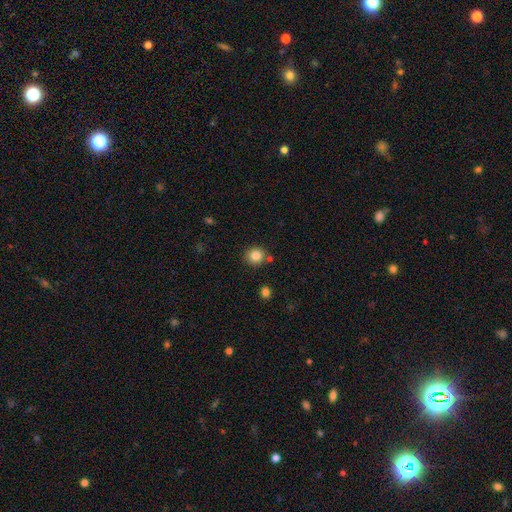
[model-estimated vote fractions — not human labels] Q: Smooth or featured?
A: smooth (83%); runner-up: star or artifact (11%)
Q: How rounded?
A: round (88%); runner-up: in between (11%)
Q: Merging?
A: none (81%); runner-up: minor disturbance (9%)